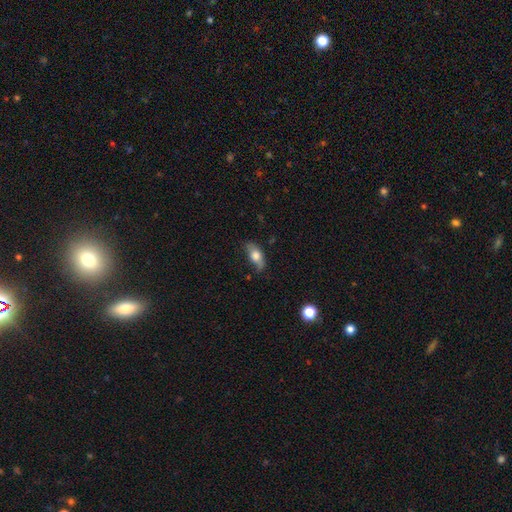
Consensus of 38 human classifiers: Smooth or featured?
  - smooth: 68% *
  - featured or disk: 32%
  - star or artifact: 0%
How rounded?
  - in between: 73% *
  - cigar-shaped: 19%
  - round: 8%
Merging?
  - none: 47% *
  - minor disturbance: 39%
  - major disturbance: 13%
  - merger: 0%